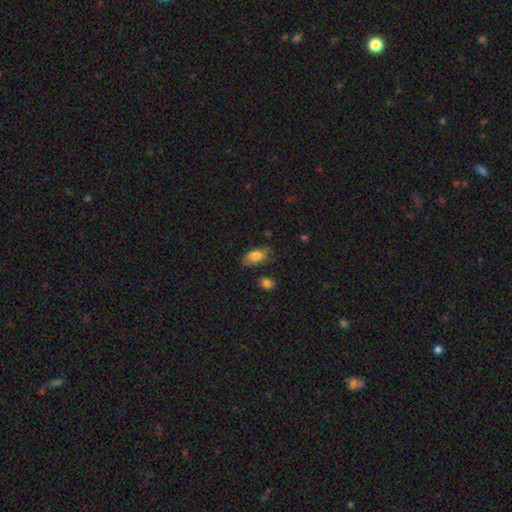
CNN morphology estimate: Smooth or featured? smooth (75%)
How rounded? in between (89%)
Merging? none (69%)